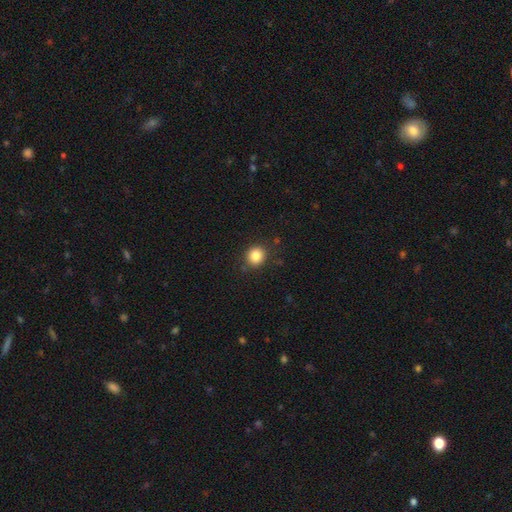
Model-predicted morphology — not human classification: Smooth or featured?
  - smooth: 84% *
  - star or artifact: 11%
  - featured or disk: 5%
How rounded?
  - round: 81% *
  - in between: 18%
  - cigar-shaped: 1%
Merging?
  - none: 86% *
  - minor disturbance: 10%
  - major disturbance: 3%
  - merger: 2%